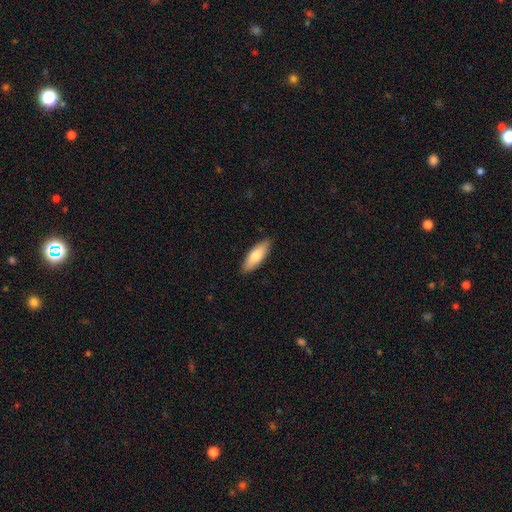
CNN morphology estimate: smooth_or_featured: smooth (p=0.77) [alt: featured or disk p=0.18]
how_rounded: in between (p=0.64) [alt: cigar-shaped p=0.34]
merging: none (p=0.88) [alt: minor disturbance p=0.09]